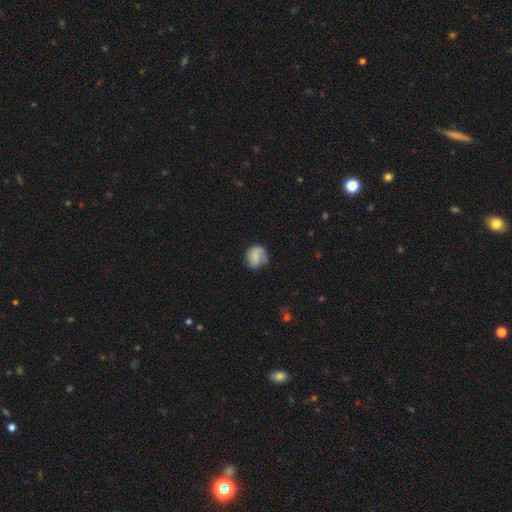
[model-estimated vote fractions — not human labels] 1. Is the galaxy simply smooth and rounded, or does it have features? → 59% smooth, 33% featured or disk, 8% star or artifact.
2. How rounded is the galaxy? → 72% round, 27% in between, 1% cigar-shaped.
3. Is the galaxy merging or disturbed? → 55% none, 31% minor disturbance, 13% major disturbance, 2% merger.